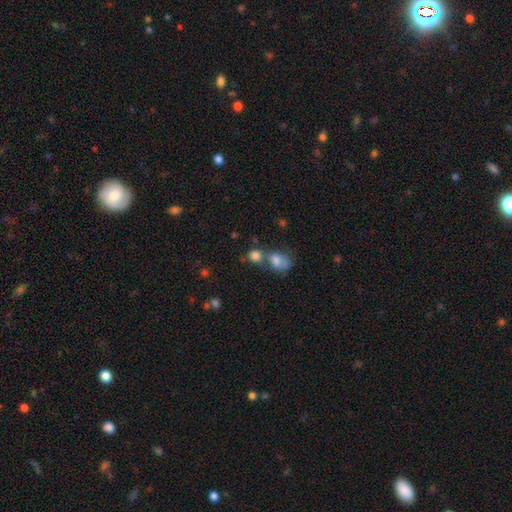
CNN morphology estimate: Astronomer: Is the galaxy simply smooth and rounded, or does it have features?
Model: smooth — 79%.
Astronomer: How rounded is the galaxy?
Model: round — 69%.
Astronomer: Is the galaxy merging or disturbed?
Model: merger — 46% (runner-up: none, 39%).